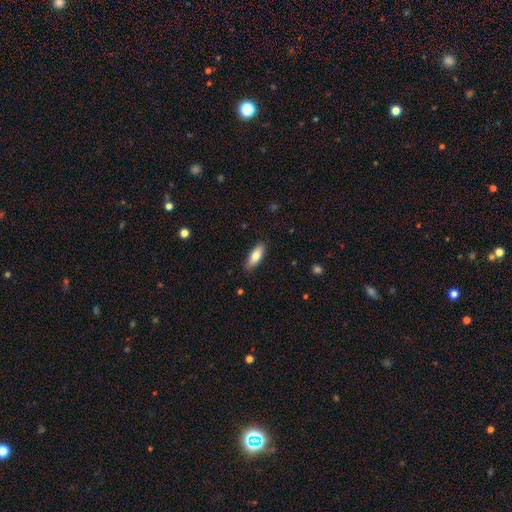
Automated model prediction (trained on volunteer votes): This appears to be a smooth galaxy with no disk features (79%) that is in between round and cigar-shaped (69%). Merging: none (87%).